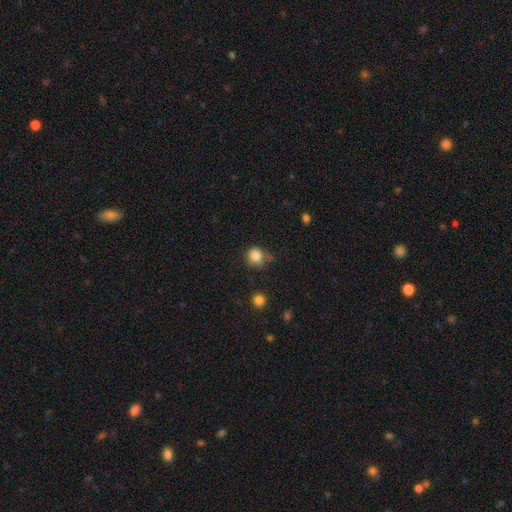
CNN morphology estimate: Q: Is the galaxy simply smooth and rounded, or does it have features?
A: smooth — 85%.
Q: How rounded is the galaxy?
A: round — 87%.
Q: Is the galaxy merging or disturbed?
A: none — 71%.